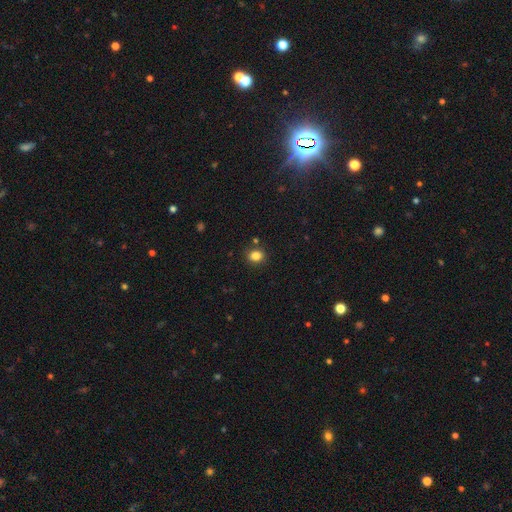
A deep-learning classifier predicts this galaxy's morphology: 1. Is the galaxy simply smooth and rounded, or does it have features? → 84% smooth, 11% star or artifact, 5% featured or disk.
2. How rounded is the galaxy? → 56% round, 43% in between, 1% cigar-shaped.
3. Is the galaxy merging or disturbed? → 84% none, 9% minor disturbance, 4% merger, 3% major disturbance.